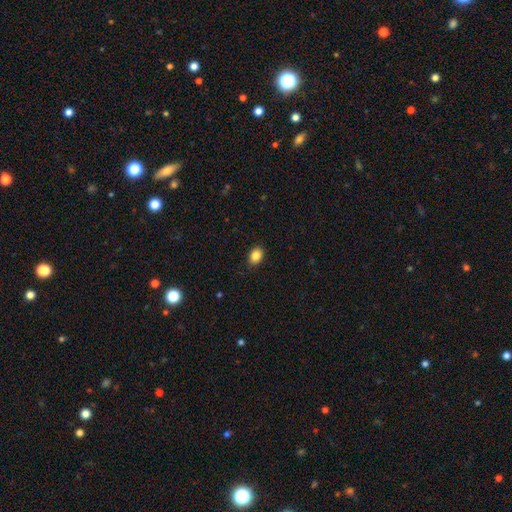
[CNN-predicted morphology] This is clearly a smooth galaxy (86%). How rounded: likely in between (73%). Merging: clearly none (85%).